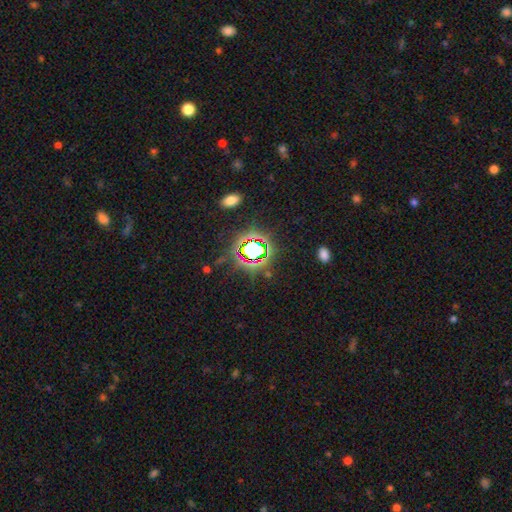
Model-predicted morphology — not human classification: Smooth or featured: star or artifact — 70% (smooth — 19%)